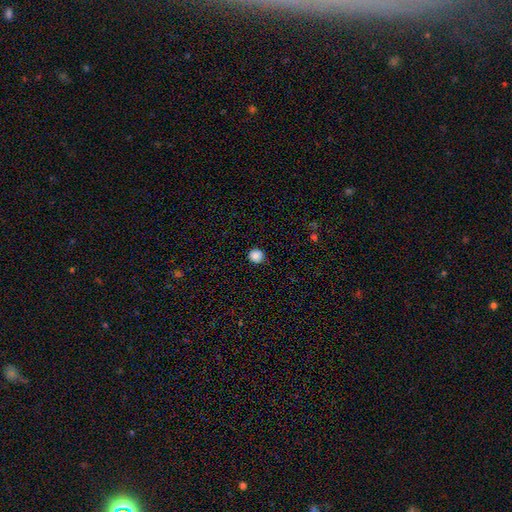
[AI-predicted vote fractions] Smooth or featured? Predicted: smooth (p=0.87). How rounded? Predicted: round (p=0.93). Merging? Predicted: none (p=0.90).